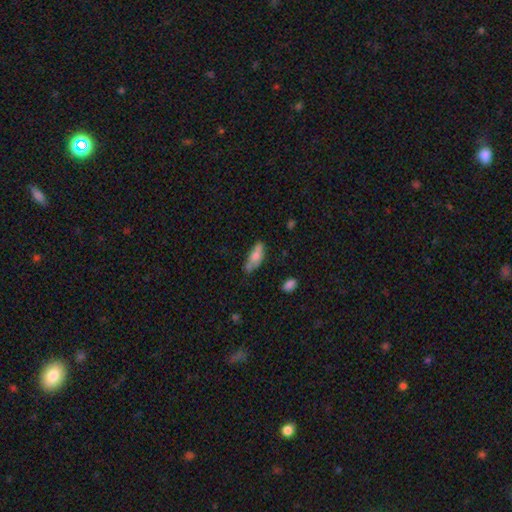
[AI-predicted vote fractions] Morphology: type=smooth (69%); roundness=in between (67%); merging=none (55%).